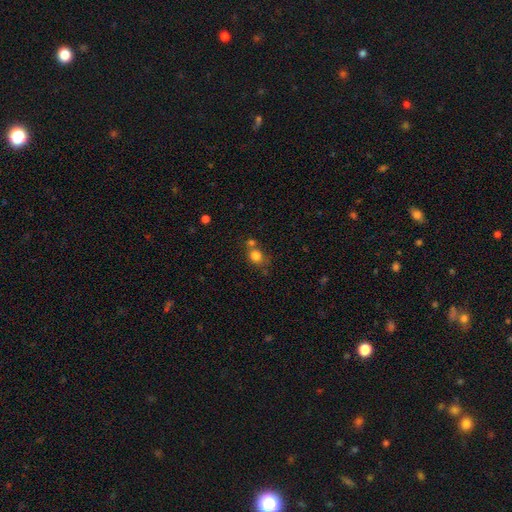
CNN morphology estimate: Overall: smooth (81%). How rounded: round (72%). Merging: none (53%; merger 28%).